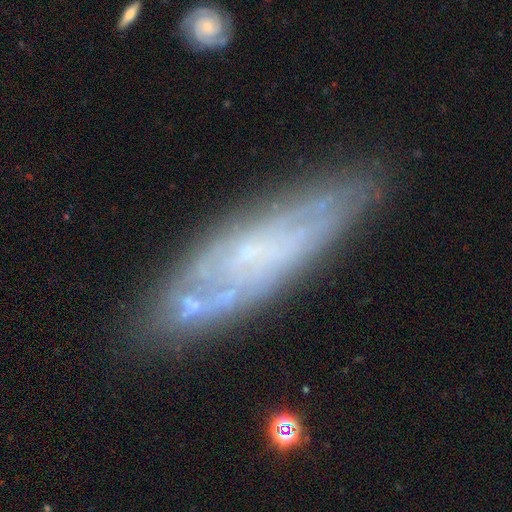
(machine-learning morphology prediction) The model was most divided on "edge-on disk": no: 66%, yes: 34%. More confident: merging — none (73%); smooth or featured — featured or disk (65%).